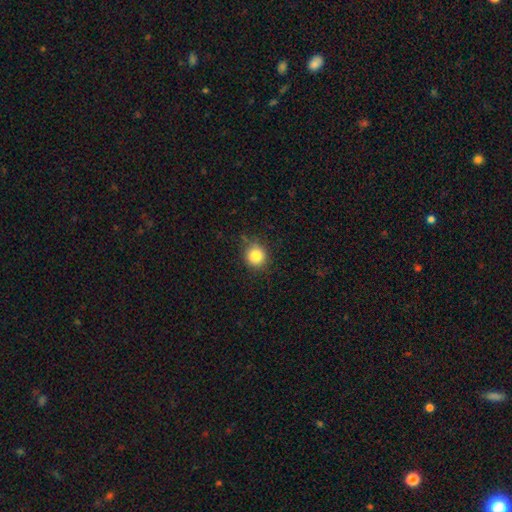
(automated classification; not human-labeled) Smooth or featured? smooth (85%)
How rounded? round (89%)
Merging? none (82%)